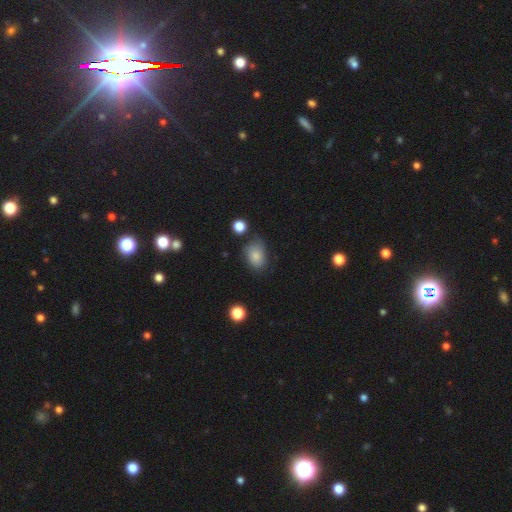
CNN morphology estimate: The model was most divided on "merging": none: 56%, minor disturbance: 30%, major disturbance: 9%, merger: 4%. More confident: smooth or featured — smooth (80%); how rounded — in between (76%).